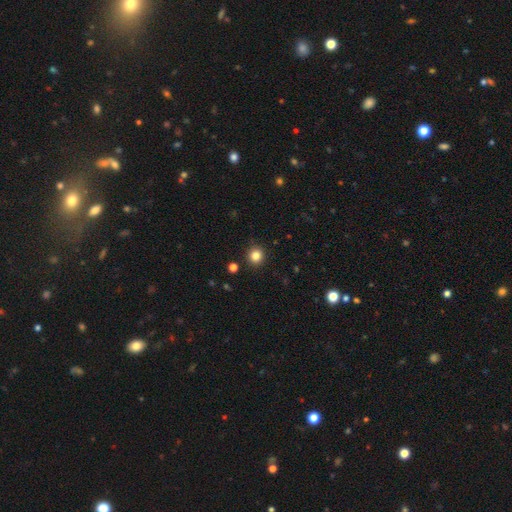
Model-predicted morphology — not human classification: Smooth or featured? Predicted: smooth (p=0.83). How rounded? Predicted: round (p=0.90). Merging? Predicted: none (p=0.90).